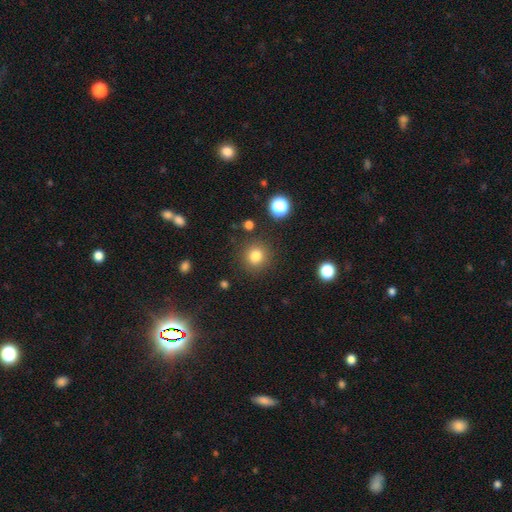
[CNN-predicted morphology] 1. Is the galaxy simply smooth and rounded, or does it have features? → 81% smooth, 13% star or artifact, 6% featured or disk.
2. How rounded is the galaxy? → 91% round, 8% in between, 1% cigar-shaped.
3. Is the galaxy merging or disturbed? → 87% none, 8% minor disturbance, 3% major disturbance, 2% merger.